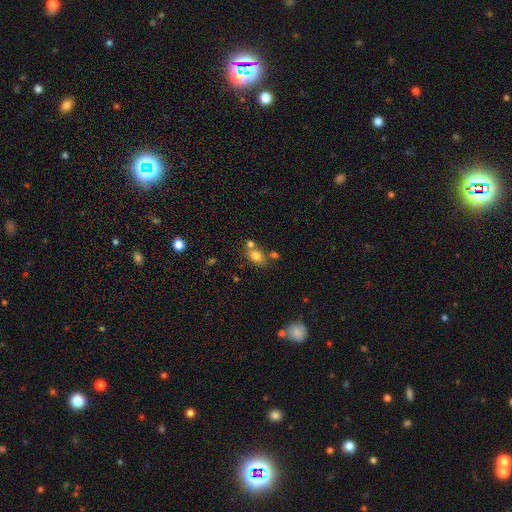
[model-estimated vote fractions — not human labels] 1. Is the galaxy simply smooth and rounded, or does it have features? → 77% smooth, 13% star or artifact, 10% featured or disk.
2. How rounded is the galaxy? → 58% in between, 40% round, 2% cigar-shaped.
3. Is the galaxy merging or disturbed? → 57% none, 26% merger, 13% minor disturbance, 4% major disturbance.